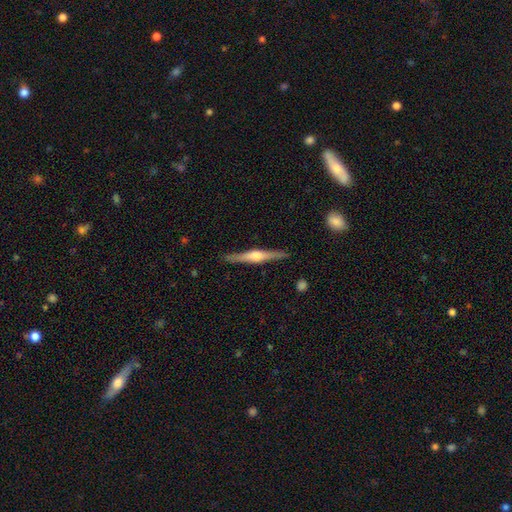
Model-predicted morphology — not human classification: A featured or disk galaxy (75%) viewed edge-on (98%) with a rounded central bulge (89%). Merging: none (90%).